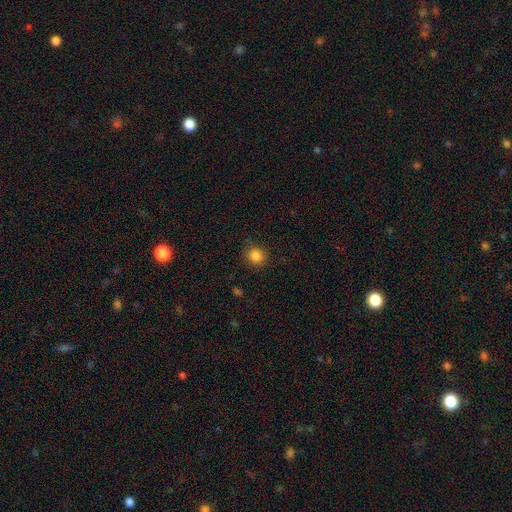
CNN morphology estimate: Smooth or featured? Predicted: smooth (p=0.85). How rounded? Predicted: round (p=0.86). Merging? Predicted: none (p=0.84).